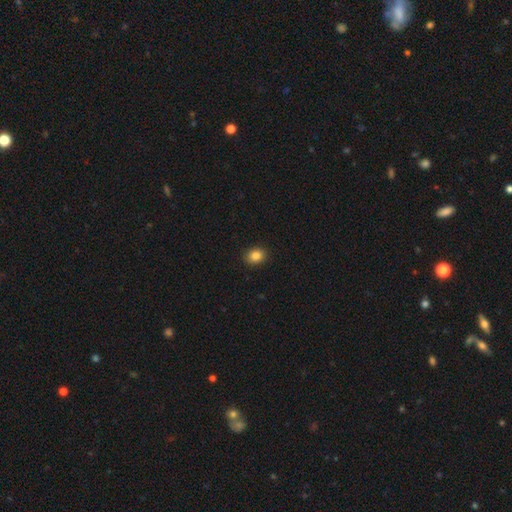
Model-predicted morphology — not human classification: A smooth galaxy with no disk features (86%) that is in between round and cigar-shaped (50%).

Vote fractions:
- Smooth or featured? smooth: 86% / star or artifact: 10% / featured or disk: 4%
- How rounded? in between: 50% / round: 49% / cigar-shaped: 1%
- Merging? none: 90% / minor disturbance: 7% / major disturbance: 2% / merger: 1%